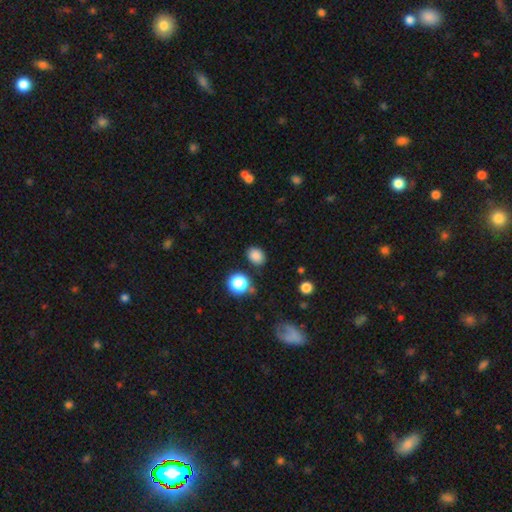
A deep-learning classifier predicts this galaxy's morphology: Overall: smooth (84%). How rounded: in between (54%; round 45%). Merging: none (84%).